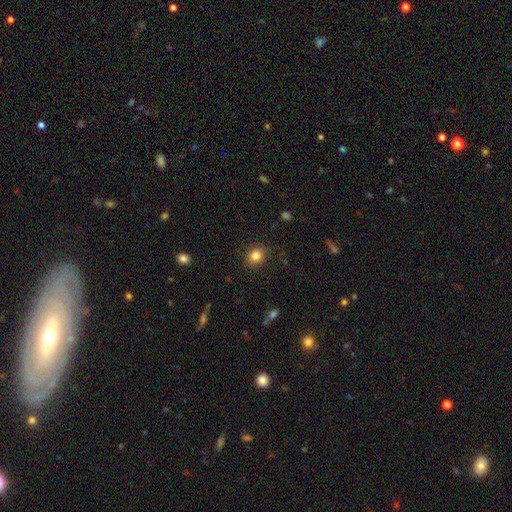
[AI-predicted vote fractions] smooth_or_featured: smooth (p=0.83) [alt: star or artifact p=0.11]
how_rounded: round (p=0.72) [alt: in between p=0.27]
merging: none (p=0.87) [alt: minor disturbance p=0.09]